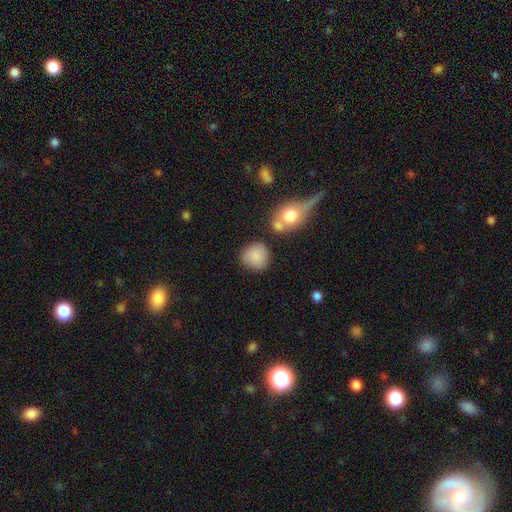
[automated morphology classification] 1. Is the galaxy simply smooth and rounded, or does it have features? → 86% smooth, 8% star or artifact, 6% featured or disk.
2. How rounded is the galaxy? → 86% round, 12% in between, 1% cigar-shaped.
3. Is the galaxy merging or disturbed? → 73% none, 13% minor disturbance, 9% merger, 5% major disturbance.